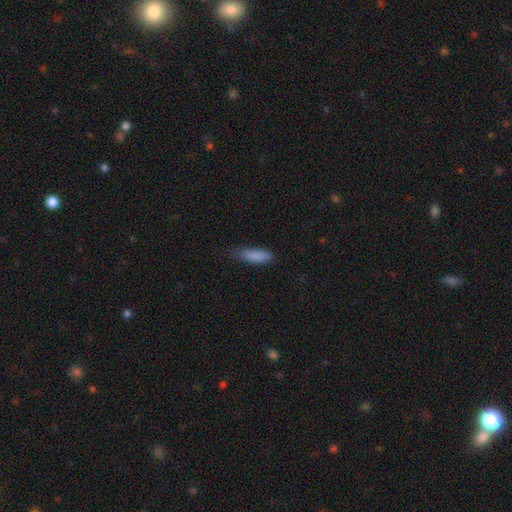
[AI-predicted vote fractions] A smooth galaxy with no disk features (87%) that is cigar-shaped (51%).

Vote fractions:
- Smooth or featured? smooth: 87% / star or artifact: 7% / featured or disk: 6%
- How rounded? cigar-shaped: 51% / in between: 47% / round: 2%
- Merging? none: 62% / minor disturbance: 30% / major disturbance: 7% / merger: 2%